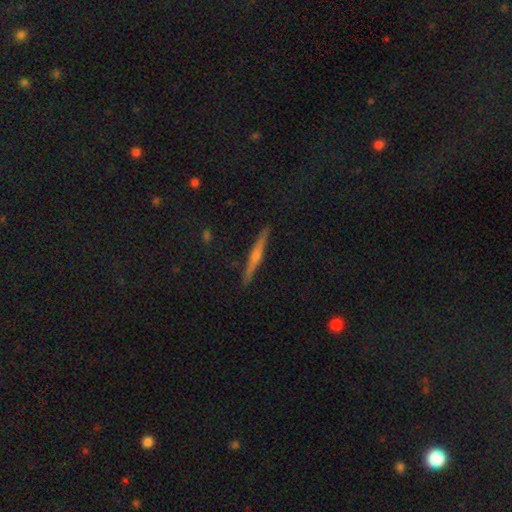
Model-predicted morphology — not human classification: Smooth or featured?
  - featured or disk: 70% *
  - smooth: 23%
  - star or artifact: 7%
Edge-on disk?
  - yes: 98% *
  - no: 2%
Edge-on bulge?
  - rounded: 84% *
  - none: 12%
  - boxy: 4%
Merging?
  - none: 91% *
  - minor disturbance: 6%
  - major disturbance: 1%
  - merger: 1%